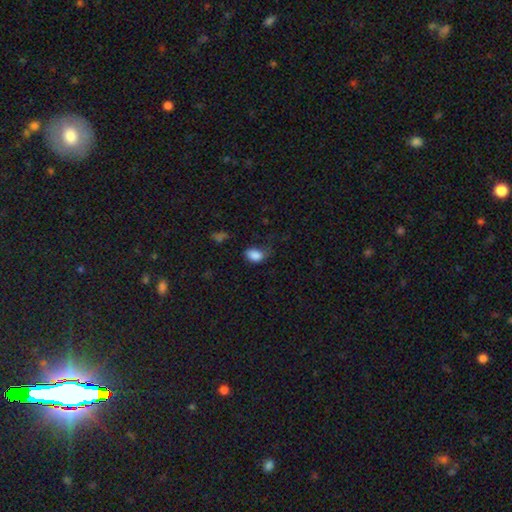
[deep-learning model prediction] The model was most divided on "merging": none: 52%, minor disturbance: 33%, major disturbance: 13%, merger: 2%. More confident: smooth or featured — smooth (86%); how rounded — in between (81%).